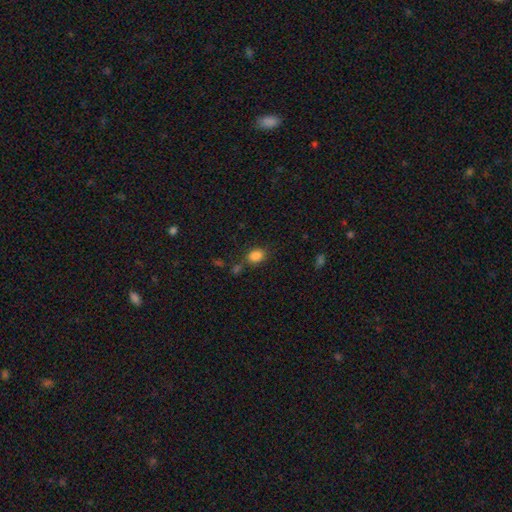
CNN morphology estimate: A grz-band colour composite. It shows a smooth galaxy with no disk features (85%) that is in between round and cigar-shaped (61%). Merging: none (69%).